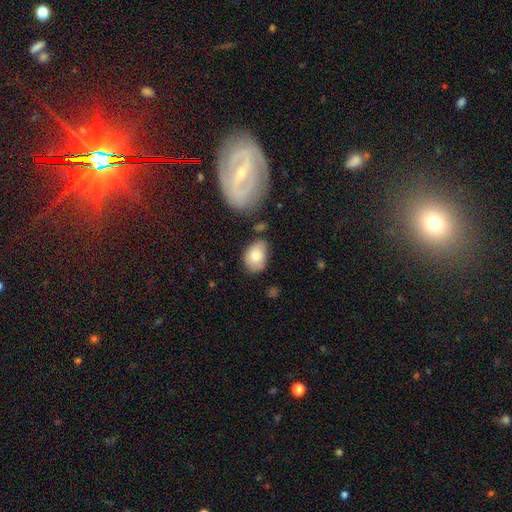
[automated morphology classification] type=smooth (80%); roundness=in between (75%); merging=none (55%).